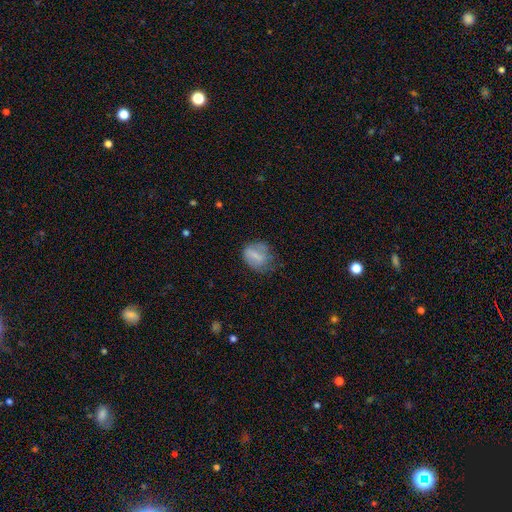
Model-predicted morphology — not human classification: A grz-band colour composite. It shows a smooth galaxy with no disk features (63%) that is round (53%). Merging: none (47%).